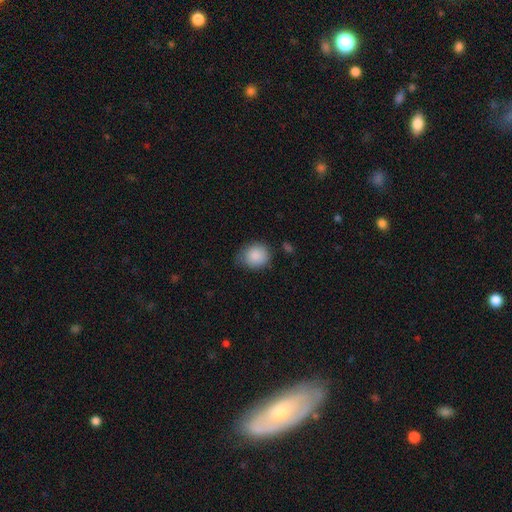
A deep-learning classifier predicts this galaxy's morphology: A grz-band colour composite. It shows a smooth galaxy with no disk features (87%) that is round (72%). Merging: none (65%).